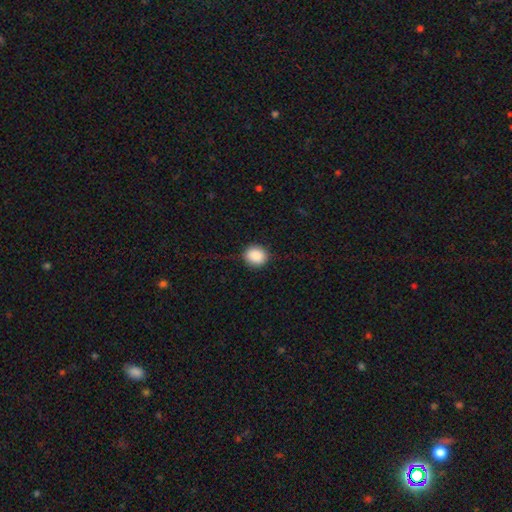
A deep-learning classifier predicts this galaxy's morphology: This appears to be a smooth galaxy with no disk features (89%) that is round (77%). Merging: none (87%).